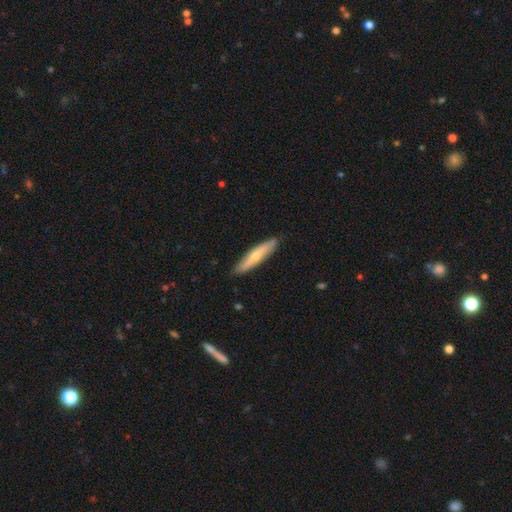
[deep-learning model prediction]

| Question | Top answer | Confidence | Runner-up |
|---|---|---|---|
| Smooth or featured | smooth | 53% | featured or disk (41%) |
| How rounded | cigar-shaped | 85% | in between (14%) |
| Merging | none | 89% | minor disturbance (9%) |